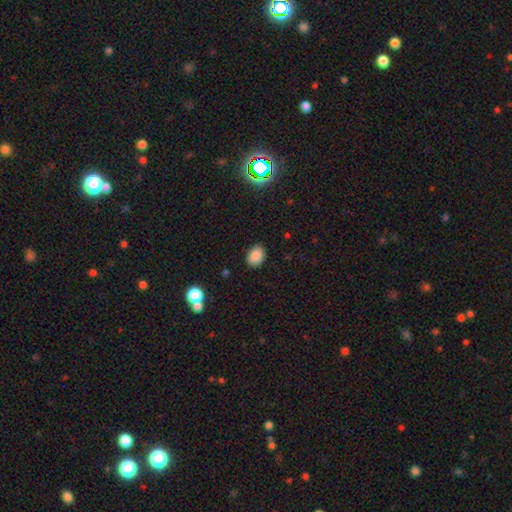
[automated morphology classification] Overall: smooth (86%). How rounded: in between (74%). Merging: none (87%).